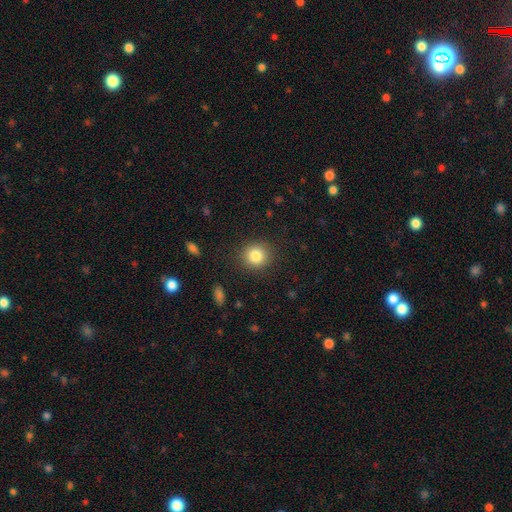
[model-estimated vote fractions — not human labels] Overall: smooth (83%). How rounded: round (90%). Merging: none (89%).